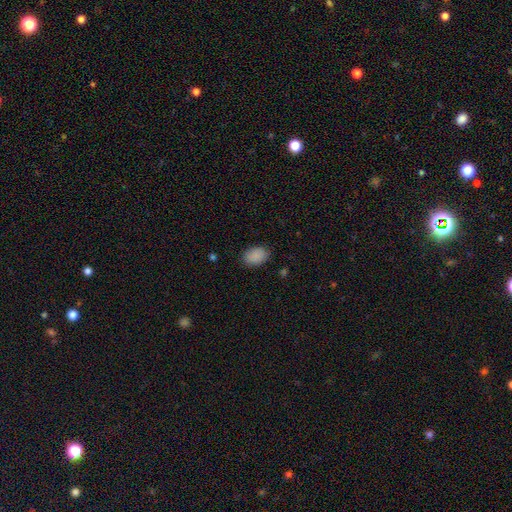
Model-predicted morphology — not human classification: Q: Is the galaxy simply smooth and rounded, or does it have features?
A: smooth — 89%.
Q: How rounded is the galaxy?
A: in between — 83%.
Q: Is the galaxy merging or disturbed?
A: none — 85%.